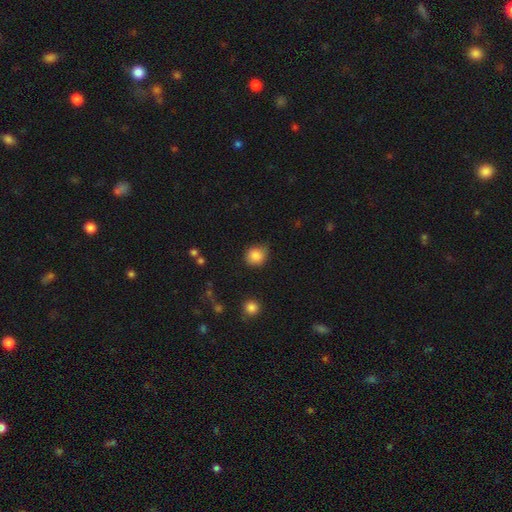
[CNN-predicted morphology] Smooth or featured? Predicted: smooth (p=0.85). How rounded? Predicted: round (p=0.80). Merging? Predicted: none (p=0.73).